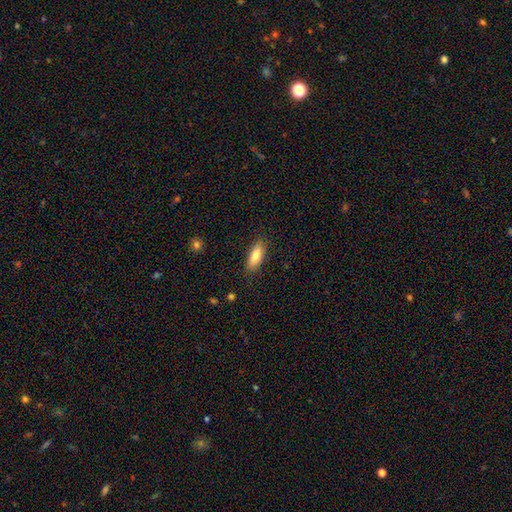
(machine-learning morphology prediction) This appears to be a smooth galaxy with no disk features (80%) that is in between round and cigar-shaped (69%). Merging: none (86%).